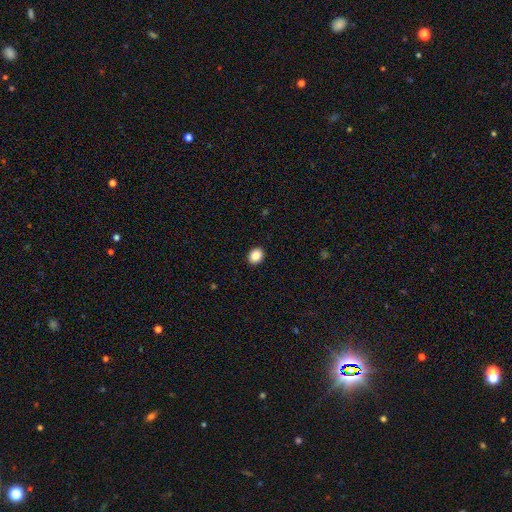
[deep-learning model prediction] smooth-or-featured: smooth: 88% | star or artifact: 9% | featured or disk: 3%
  how-rounded: round: 52% | in between: 47% | cigar-shaped: 1%
  merging: none: 92% | minor disturbance: 6% | major disturbance: 2% | merger: 1%